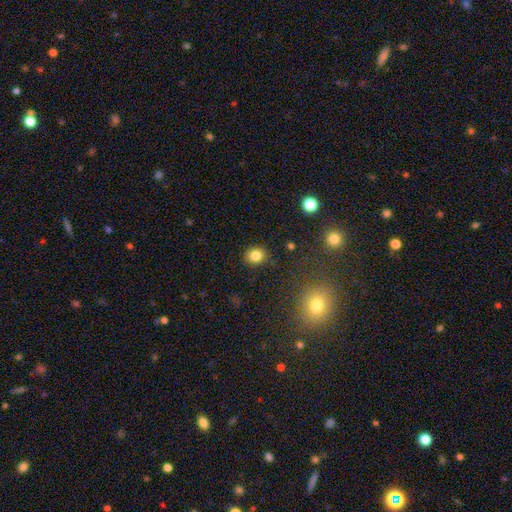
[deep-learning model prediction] Smooth or featured?
  - smooth: 83% *
  - star or artifact: 12%
  - featured or disk: 6%
How rounded?
  - round: 74% *
  - in between: 25%
  - cigar-shaped: 1%
Merging?
  - none: 88% *
  - minor disturbance: 8%
  - major disturbance: 2%
  - merger: 2%